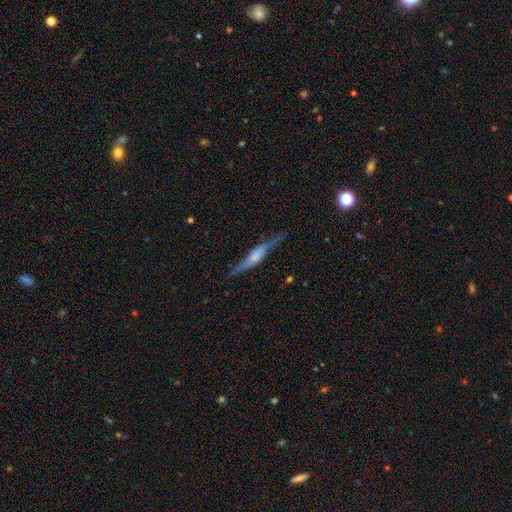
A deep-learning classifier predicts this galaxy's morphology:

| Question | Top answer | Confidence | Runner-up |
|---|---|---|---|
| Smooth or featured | featured or disk | 71% | smooth (23%) |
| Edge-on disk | yes | 93% | no (7%) |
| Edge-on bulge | rounded | 58% | boxy (33%) |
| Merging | none | 77% | minor disturbance (17%) |